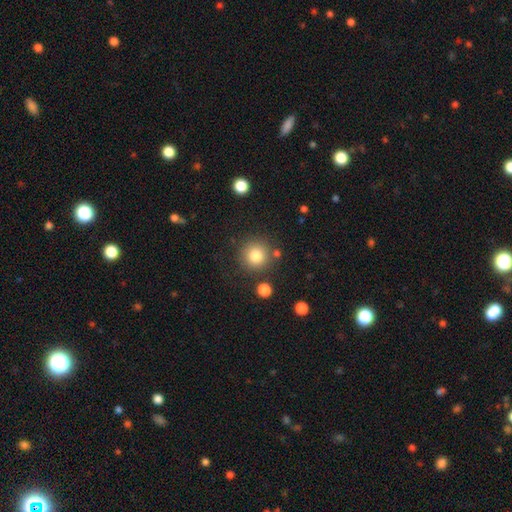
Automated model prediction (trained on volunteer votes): Smooth or featured? smooth (81%)
How rounded? round (94%)
Merging? none (83%)